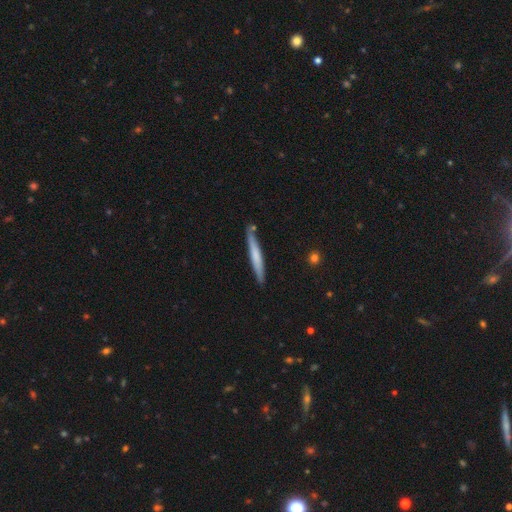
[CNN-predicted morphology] A smooth galaxy with no disk features (57%) that is cigar-shaped (96%). Merging: none (83%).